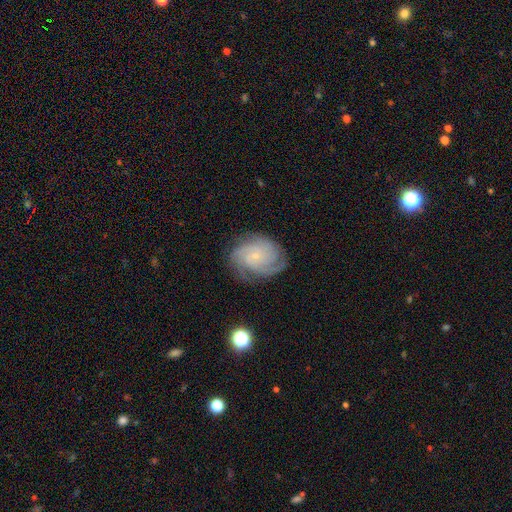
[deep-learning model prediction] Overall: featured or disk (82%). Edge-on disk: no (98%). Bar: no (78%). Spiral arms: yes (96%). Spiral arm count: 3 (33%; can't tell 21%). Spiral winding: tight (66%; medium 29%). Bulge size: small (83%). Merging: none (75%).